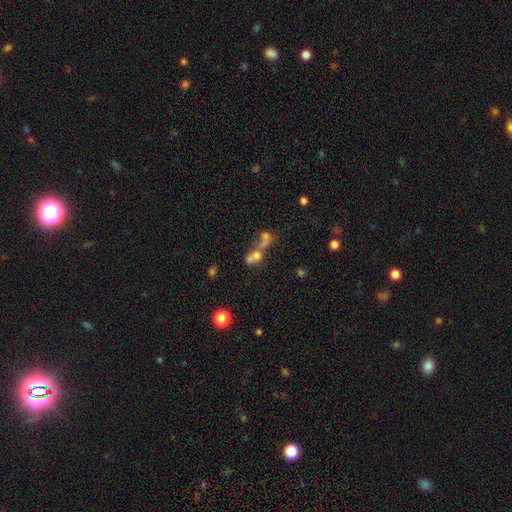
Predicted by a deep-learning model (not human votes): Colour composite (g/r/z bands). It shows a smooth galaxy with no disk features (55%) that is round (55%). Merging: merger (65%).